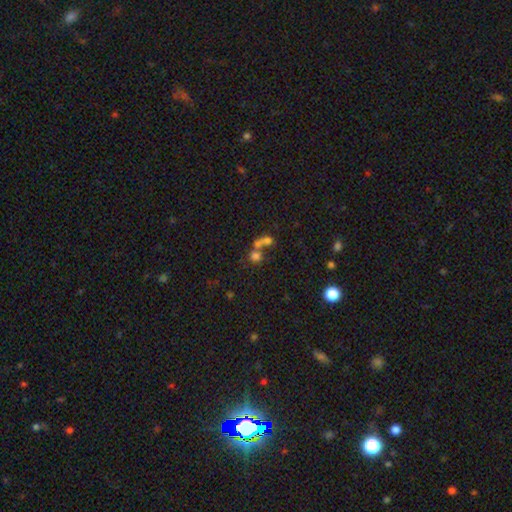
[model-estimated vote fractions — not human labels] The model was most divided on "smooth or featured": star or artifact: 53%, smooth: 34%, featured or disk: 13%.